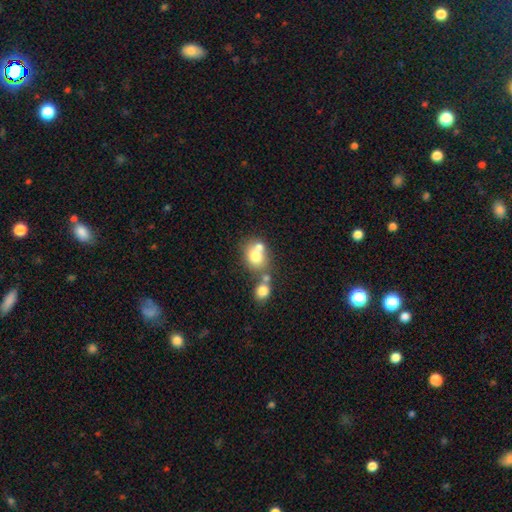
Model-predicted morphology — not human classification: Smooth or featured?
  - smooth: 71% *
  - featured or disk: 18%
  - star or artifact: 11%
How rounded?
  - round: 59% *
  - in between: 40%
  - cigar-shaped: 1%
Merging?
  - merger: 47% *
  - none: 39%
  - minor disturbance: 10%
  - major disturbance: 5%